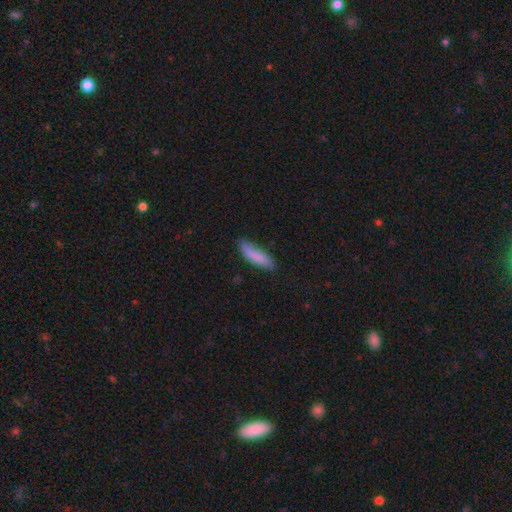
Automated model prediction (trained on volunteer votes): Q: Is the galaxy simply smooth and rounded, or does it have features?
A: smooth — 82%.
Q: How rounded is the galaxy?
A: cigar-shaped — 64%.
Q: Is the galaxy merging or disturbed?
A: none — 71%.